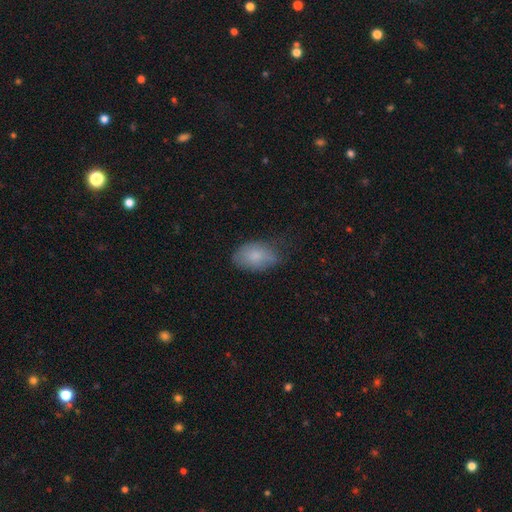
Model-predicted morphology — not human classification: Q: Smooth or featured?
A: smooth (80%); runner-up: featured or disk (13%)
Q: How rounded?
A: in between (90%); runner-up: round (8%)
Q: Merging?
A: none (55%); runner-up: minor disturbance (33%)